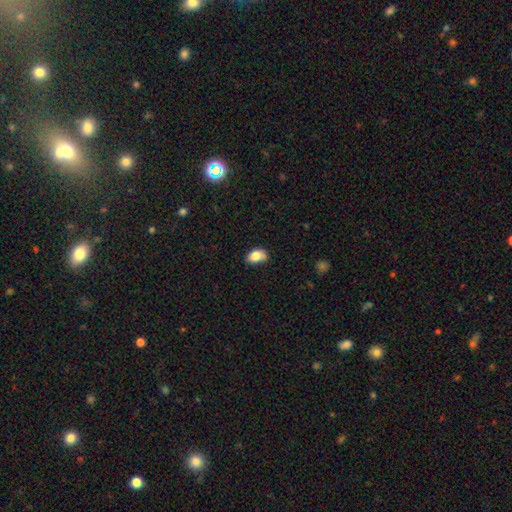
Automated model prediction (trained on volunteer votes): Morphology: type=smooth (83%); roundness=in between (87%); merging=none (64%).